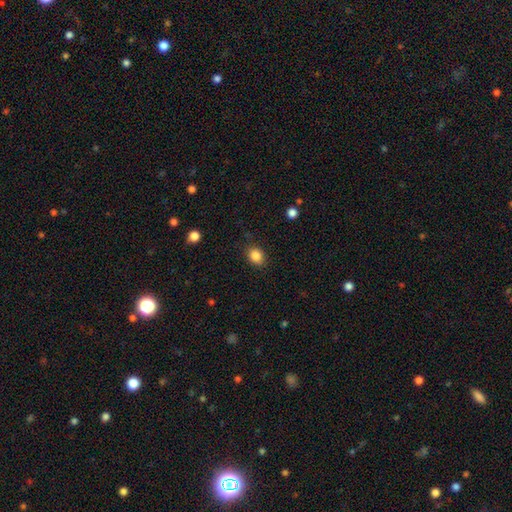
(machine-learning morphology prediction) Q: Smooth or featured?
A: smooth (86%); runner-up: star or artifact (10%)
Q: How rounded?
A: in between (52%); runner-up: round (47%)
Q: Merging?
A: none (85%); runner-up: minor disturbance (11%)